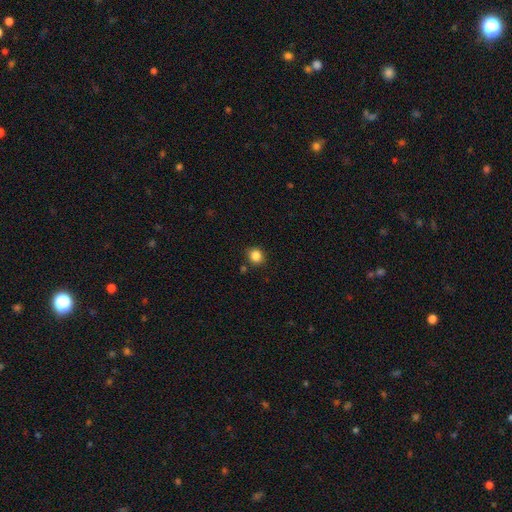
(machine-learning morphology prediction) The model was most divided on "how rounded": round: 79%, in between: 20%, cigar-shaped: 1%. More confident: smooth or featured — smooth (85%); merging — none (84%).